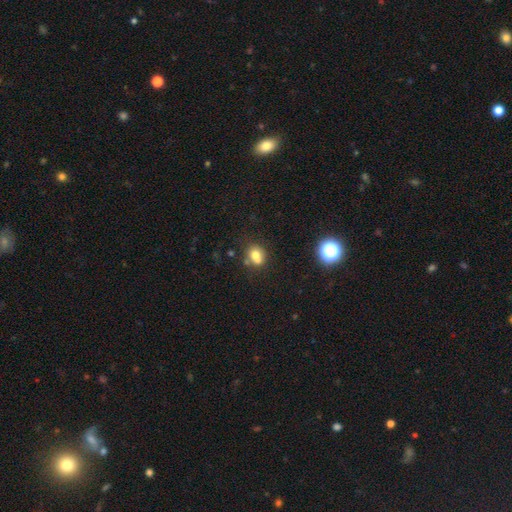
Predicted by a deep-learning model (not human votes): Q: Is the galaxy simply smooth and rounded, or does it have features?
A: smooth — 74%.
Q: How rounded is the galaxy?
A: round — 53%.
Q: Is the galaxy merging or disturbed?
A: none — 56%.